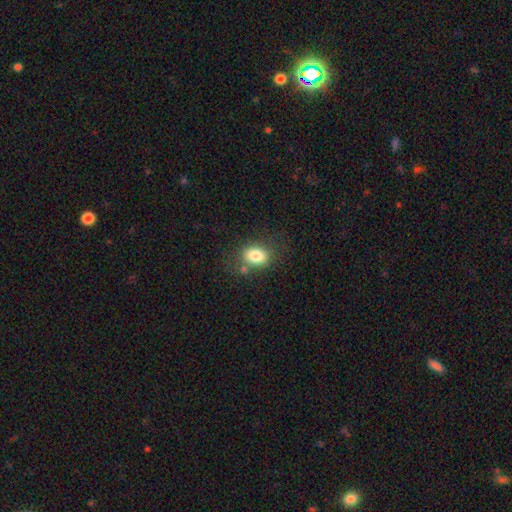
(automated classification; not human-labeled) This is clearly a smooth galaxy (81%). How rounded: likely in between (69%). Merging: likely none (67%).